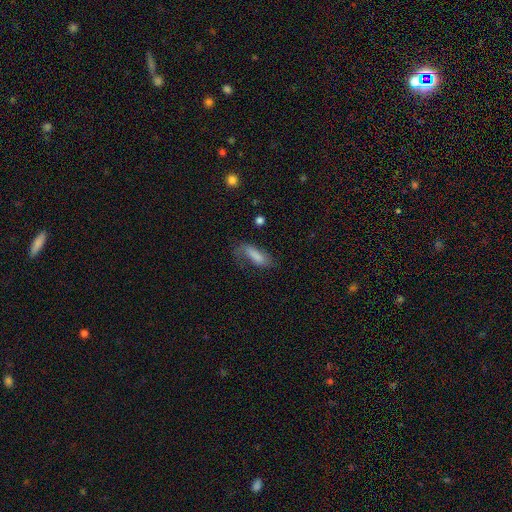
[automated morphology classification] This appears to be a smooth galaxy with no disk features (77%) that is in between round and cigar-shaped (60%). Merging: none (43%).